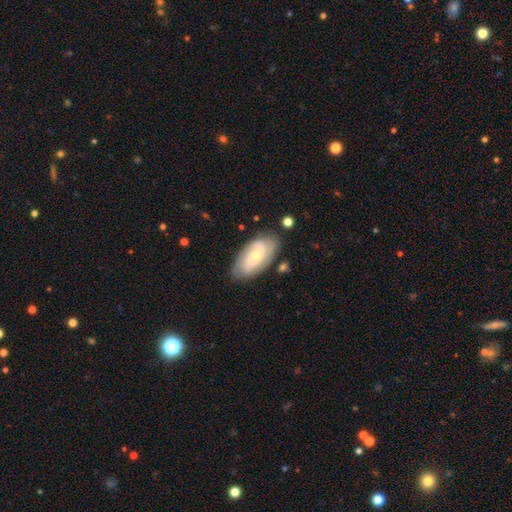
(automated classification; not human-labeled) This is likely a featured or disk galaxy (63%). It is clearly not viewed edge-on (93%). Bar: likely no (65%). Spiral arm pattern: clearly yes (86%). Spiral arm count: possibly 2 (47%). Spiral winding: possibly tight (50%). Central bulge: likely small (62%). Merging: likely none (76%).